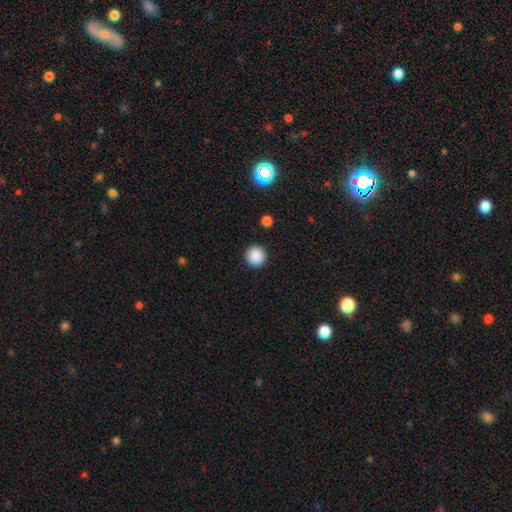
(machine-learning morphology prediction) Smooth or featured? smooth (88%)
How rounded? round (96%)
Merging? none (92%)